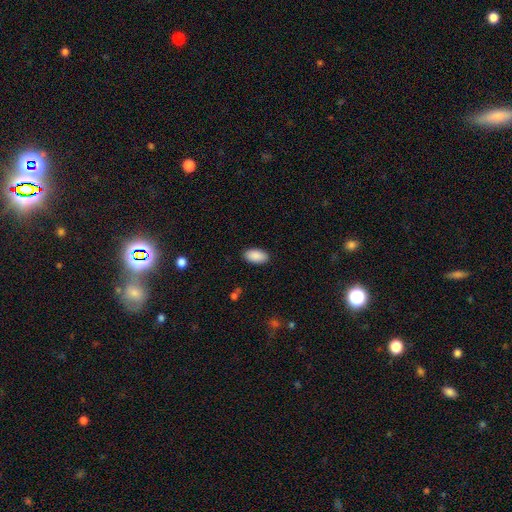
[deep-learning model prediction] Smooth or featured: smooth — 90% (star or artifact — 6%)
How rounded: in between — 96% (round — 3%)
Merging: none — 89% (minor disturbance — 8%)